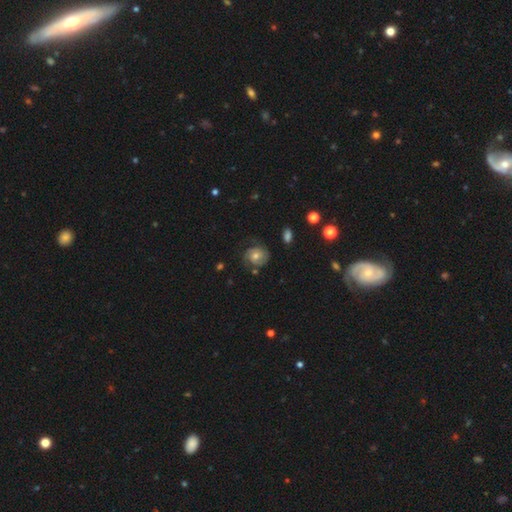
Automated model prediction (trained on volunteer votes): Morphology: type=featured or disk (62%); edge-on=no (97%); bar=no (76%); spiral arms=yes (88%); winding=tight (59%); arm count=2 (56%); bulge=moderate (66%); merging=none (70%).